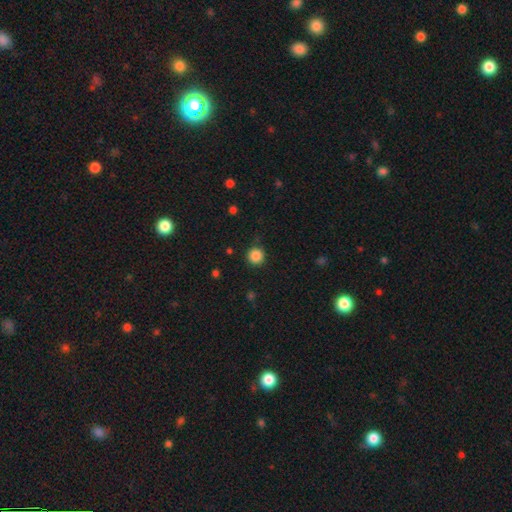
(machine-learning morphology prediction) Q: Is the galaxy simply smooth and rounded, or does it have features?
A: smooth — 86%.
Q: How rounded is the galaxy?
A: round — 95%.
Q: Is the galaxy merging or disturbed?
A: none — 89%.